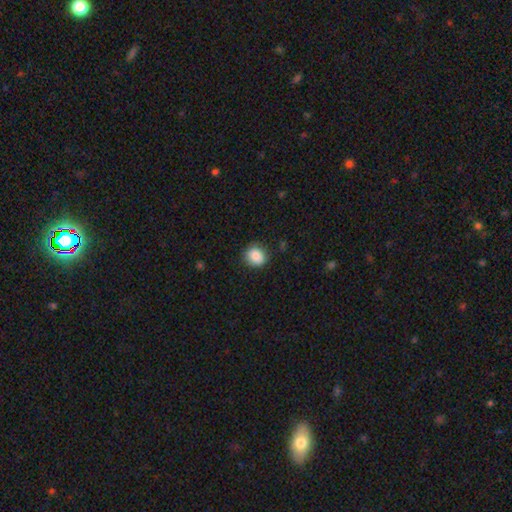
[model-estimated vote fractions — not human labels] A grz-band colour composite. It shows a smooth galaxy with no disk features (86%) that is round (74%). Merging: none (84%).